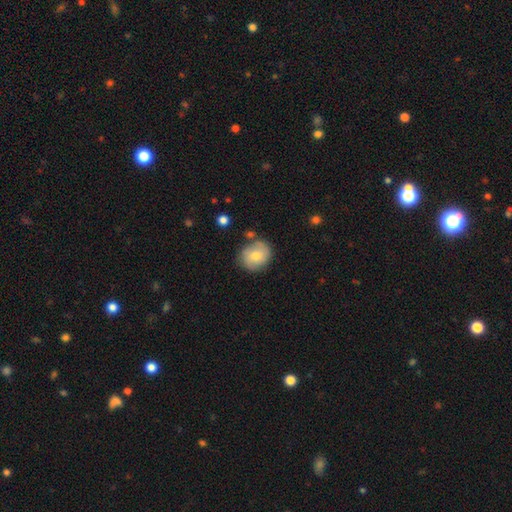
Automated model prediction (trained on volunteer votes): The model was most divided on "how rounded": round: 71%, in between: 28%, cigar-shaped: 1%. More confident: merging — none (73%); smooth or featured — smooth (70%).